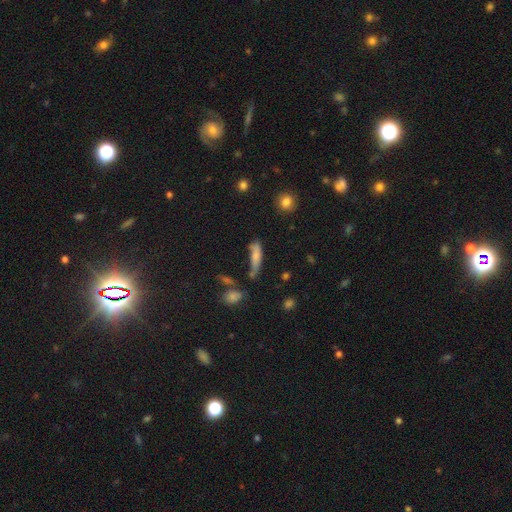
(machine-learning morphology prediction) A smooth galaxy with no disk features (73%) that is cigar-shaped (70%).

Vote fractions:
- Smooth or featured? smooth: 73% / featured or disk: 19% / star or artifact: 8%
- How rounded? cigar-shaped: 70% / in between: 28% / round: 2%
- Merging? none: 48% / minor disturbance: 28% / merger: 13% / major disturbance: 12%